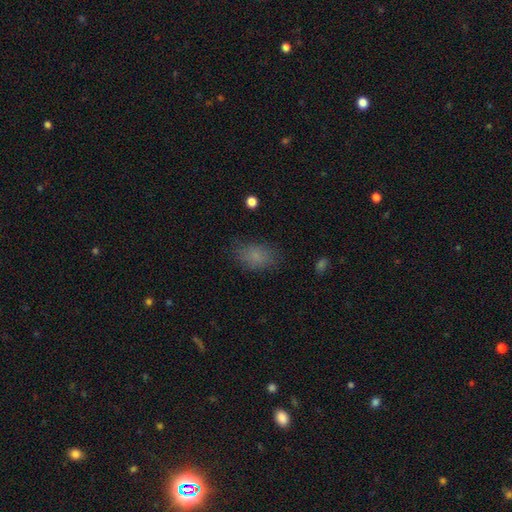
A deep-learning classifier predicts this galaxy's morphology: A smooth galaxy with no disk features (79%) that is in between round and cigar-shaped (86%). Merging: none (77%).